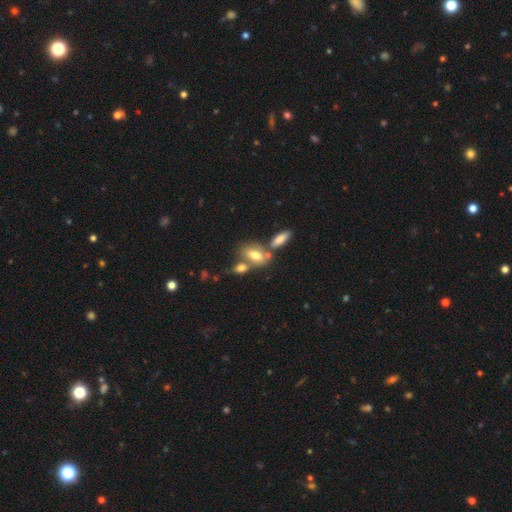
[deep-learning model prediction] A smooth galaxy with no disk features (66%) that is in between round and cigar-shaped (85%). Merging: none (43%).